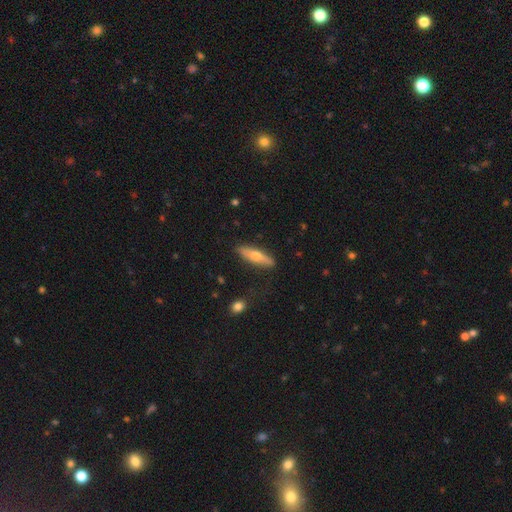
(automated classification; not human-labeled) Morphology: type=smooth (53%); roundness=cigar-shaped (73%); merging=none (86%).